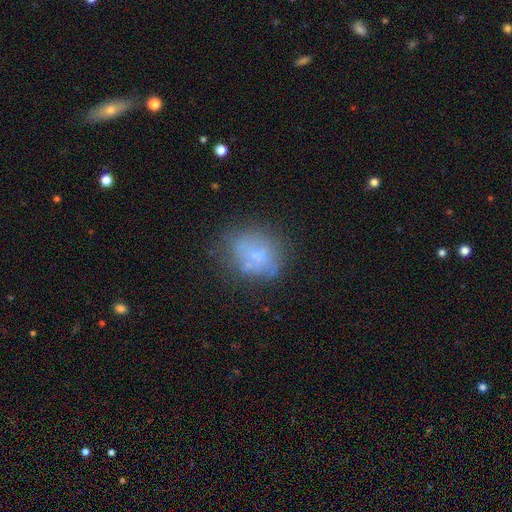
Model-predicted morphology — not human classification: A smooth galaxy with no disk features (52%) that is round (56%).

Vote fractions:
- Smooth or featured? smooth: 52% / featured or disk: 36% / star or artifact: 12%
- How rounded? round: 56% / in between: 43% / cigar-shaped: 1%
- Merging? none: 54% / minor disturbance: 23% / major disturbance: 14% / merger: 9%